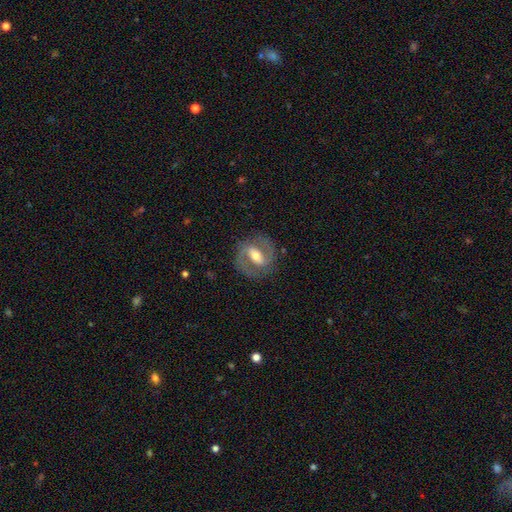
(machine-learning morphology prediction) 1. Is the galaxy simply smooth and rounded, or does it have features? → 83% featured or disk, 12% smooth, 5% star or artifact.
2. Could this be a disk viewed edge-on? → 97% no, 3% yes.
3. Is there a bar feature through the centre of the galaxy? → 46% strong, 40% weak, 15% no.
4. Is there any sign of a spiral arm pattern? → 92% yes, 8% no.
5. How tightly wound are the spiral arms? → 57% medium, 28% tight, 15% loose.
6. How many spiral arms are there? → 91% 2, 4% can't tell, 2% 1, 1% 3, 1% 4, 1% more than 4.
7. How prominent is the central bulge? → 65% moderate, 23% small, 10% large, 1% none, 1% dominant.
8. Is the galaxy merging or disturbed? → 81% none, 12% minor disturbance, 6% major disturbance, 1% merger.